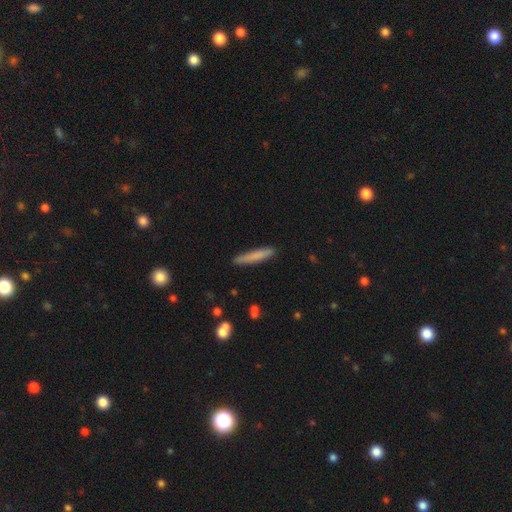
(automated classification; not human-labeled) A smooth galaxy with no disk features (77%) that is cigar-shaped (93%). Merging: none (86%).